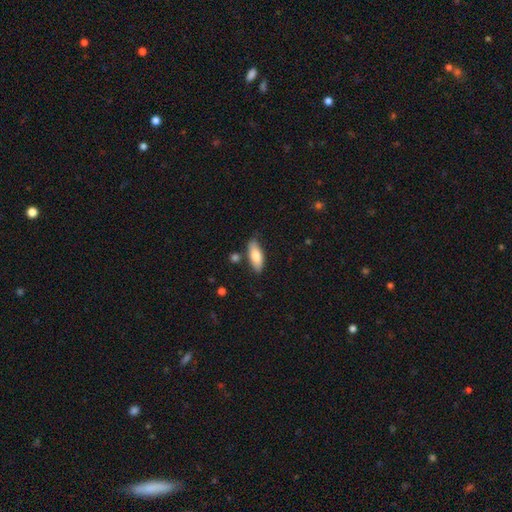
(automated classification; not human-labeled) The model was most divided on "how rounded": in between: 73%, cigar-shaped: 25%, round: 2%. More confident: smooth or featured — smooth (79%); merging — none (74%).